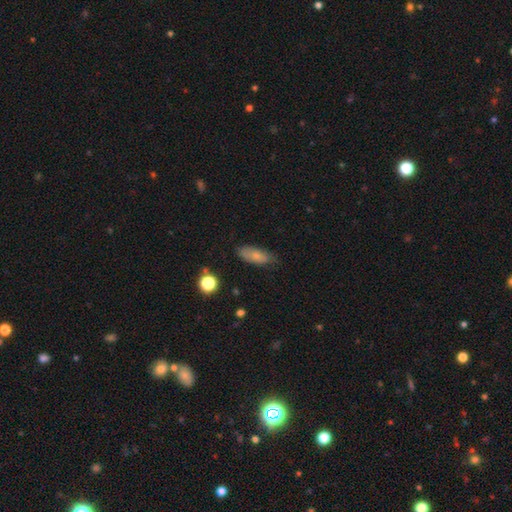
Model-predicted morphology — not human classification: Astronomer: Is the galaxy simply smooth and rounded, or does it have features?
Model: smooth — 75%.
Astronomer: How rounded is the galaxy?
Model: in between — 78%.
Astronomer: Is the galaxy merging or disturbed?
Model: none — 73%.